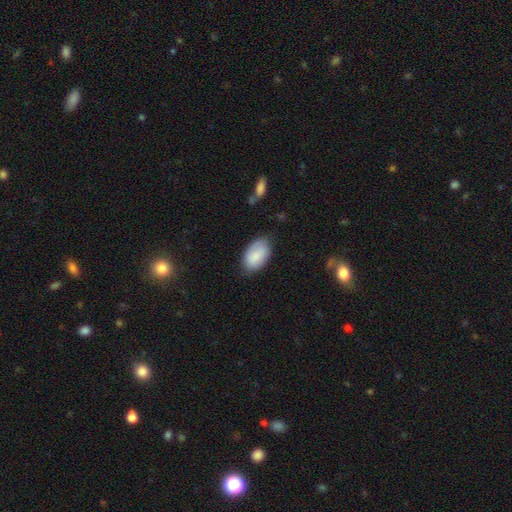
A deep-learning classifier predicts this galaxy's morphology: Smooth or featured? Predicted: smooth (p=0.84). How rounded? Predicted: in between (p=0.93). Merging? Predicted: none (p=0.73).